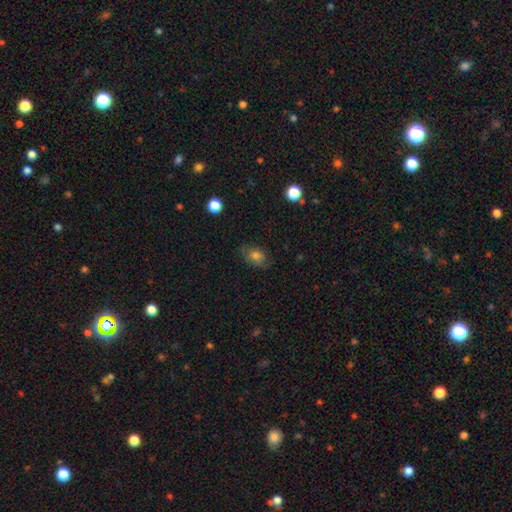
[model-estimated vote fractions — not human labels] Smooth or featured?
  - smooth: 74% *
  - star or artifact: 13%
  - featured or disk: 13%
How rounded?
  - in between: 64% *
  - round: 34%
  - cigar-shaped: 2%
Merging?
  - none: 72% *
  - minor disturbance: 20%
  - major disturbance: 6%
  - merger: 1%